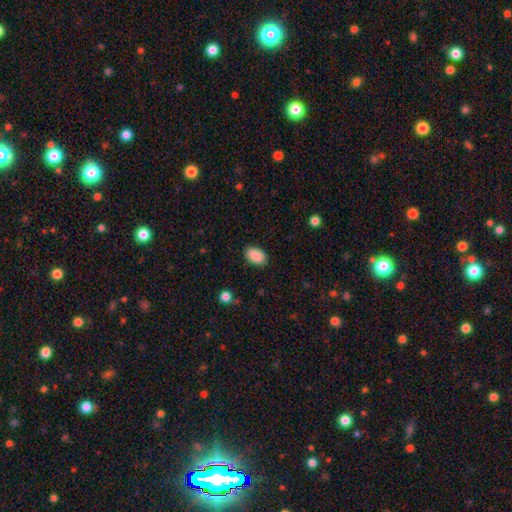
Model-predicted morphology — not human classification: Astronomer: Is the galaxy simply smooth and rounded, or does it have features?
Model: smooth — 88%.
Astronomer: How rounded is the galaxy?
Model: in between — 89%.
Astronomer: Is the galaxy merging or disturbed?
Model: none — 87%.